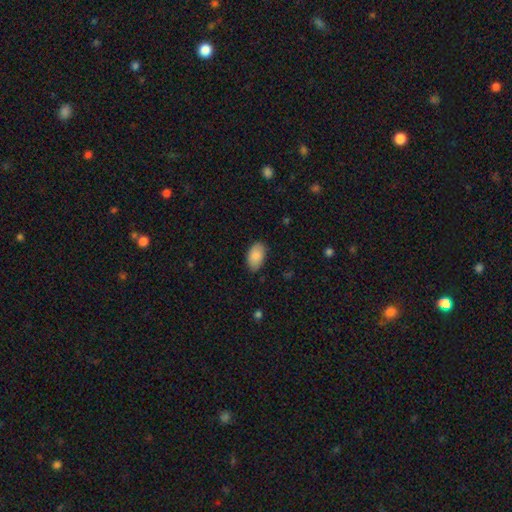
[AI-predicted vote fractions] Smooth or featured?
  - smooth: 86% *
  - featured or disk: 7%
  - star or artifact: 6%
How rounded?
  - in between: 94% *
  - round: 5%
  - cigar-shaped: 1%
Merging?
  - none: 81% *
  - minor disturbance: 16%
  - major disturbance: 3%
  - merger: 1%